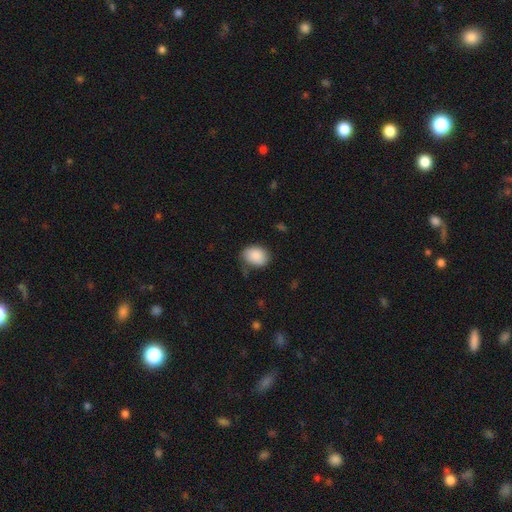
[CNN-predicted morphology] A smooth galaxy with no disk features (88%) that is in between round and cigar-shaped (70%). Merging: none (75%).